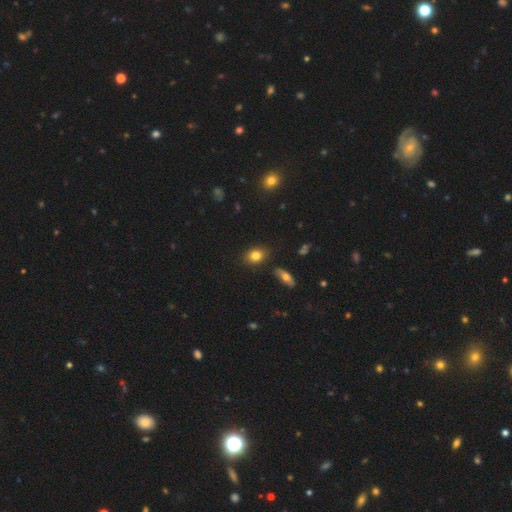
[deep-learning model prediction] A smooth galaxy with no disk features (82%) that is in between round and cigar-shaped (56%). Merging: none (84%).